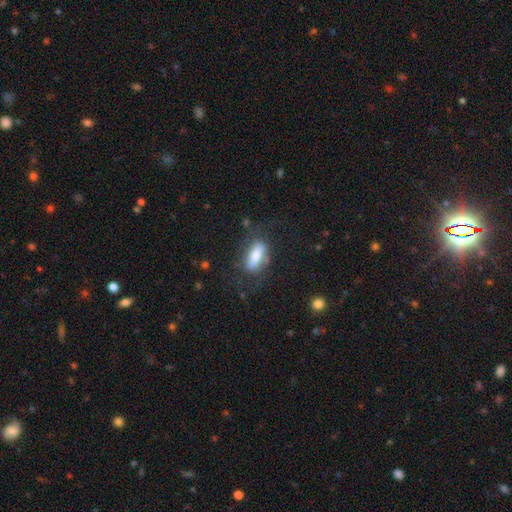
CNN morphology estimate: The model was most divided on "smooth or featured": smooth: 66%, featured or disk: 26%, star or artifact: 7%. More confident: how rounded — in between (73%); merging — none (63%).